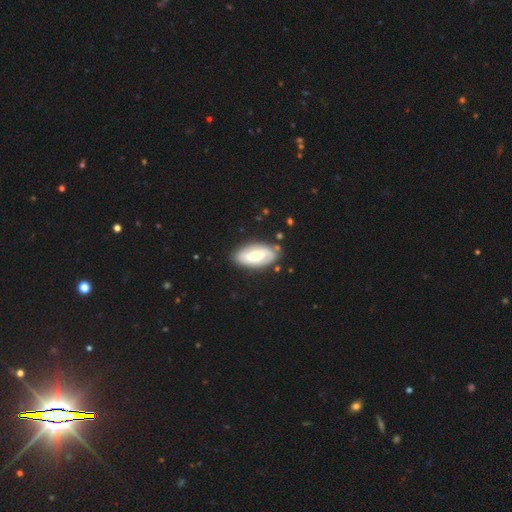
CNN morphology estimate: type=featured or disk (55%); edge-on=no (89%); merging=none (78%).